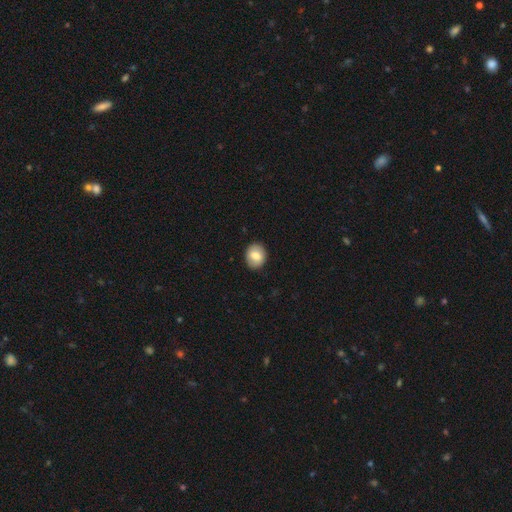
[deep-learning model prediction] Smooth or featured: smooth — 77% (featured or disk — 15%)
How rounded: round — 62% (in between — 37%)
Merging: none — 88% (minor disturbance — 9%)